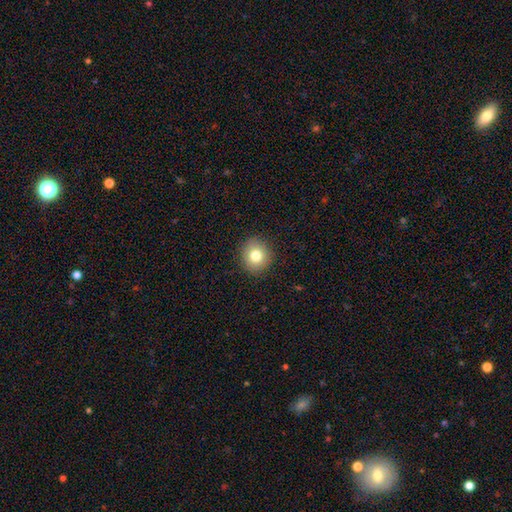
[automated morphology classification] type=smooth (80%); roundness=round (87%); merging=none (90%).